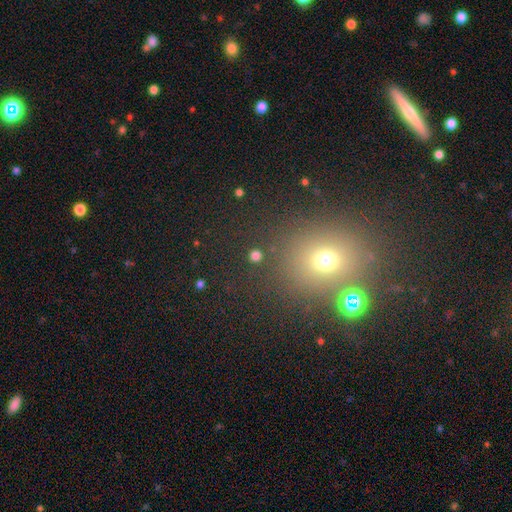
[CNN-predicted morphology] Overall: smooth (76%). How rounded: round (91%). Merging: none (89%).